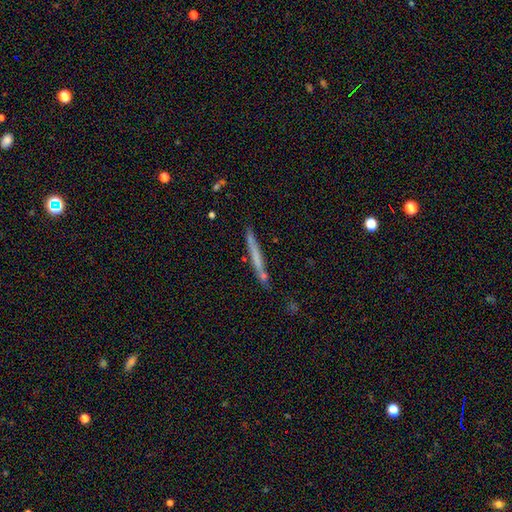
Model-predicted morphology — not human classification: smooth_or_featured: smooth (p=0.54) [alt: featured or disk p=0.39]
how_rounded: cigar-shaped (p=0.96) [alt: in between p=0.02]
merging: none (p=0.81) [alt: minor disturbance p=0.12]